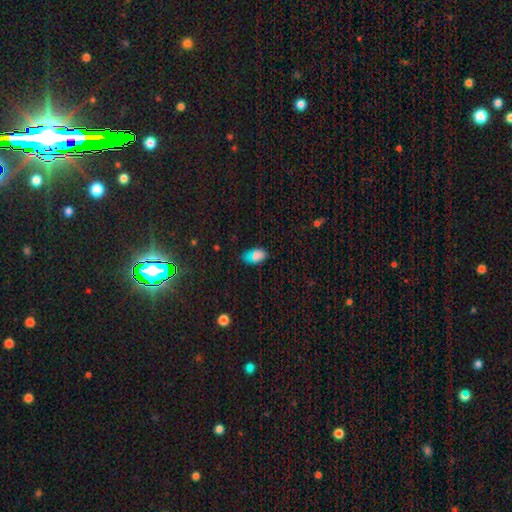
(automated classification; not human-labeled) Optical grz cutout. It shows a smooth galaxy with no disk features (75%) that is in between round and cigar-shaped (92%). Merging: none (73%).